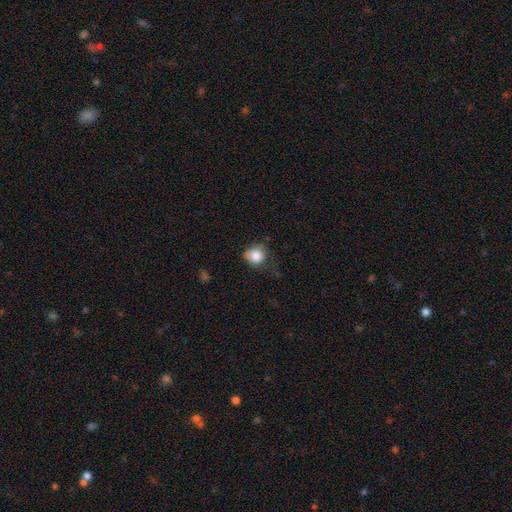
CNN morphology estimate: A smooth galaxy with no disk features (83%) that is round (79%).

Vote fractions:
- Smooth or featured? smooth: 83% / star or artifact: 9% / featured or disk: 7%
- How rounded? round: 79% / in between: 20% / cigar-shaped: 1%
- Merging? none: 56% / minor disturbance: 30% / major disturbance: 11% / merger: 2%